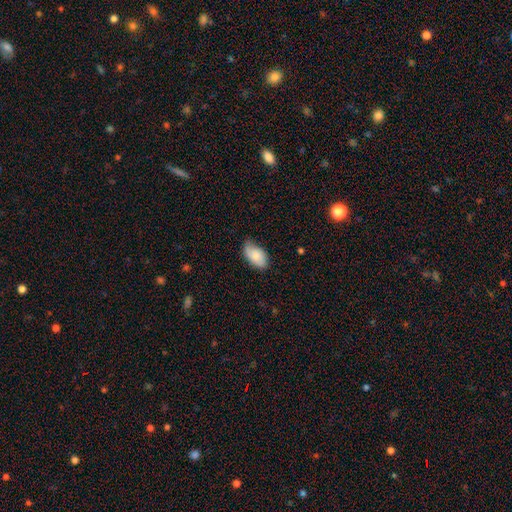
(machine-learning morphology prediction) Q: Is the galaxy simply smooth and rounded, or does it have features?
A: smooth — 81%.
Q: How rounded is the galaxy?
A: in between — 94%.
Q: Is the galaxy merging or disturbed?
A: none — 66%.